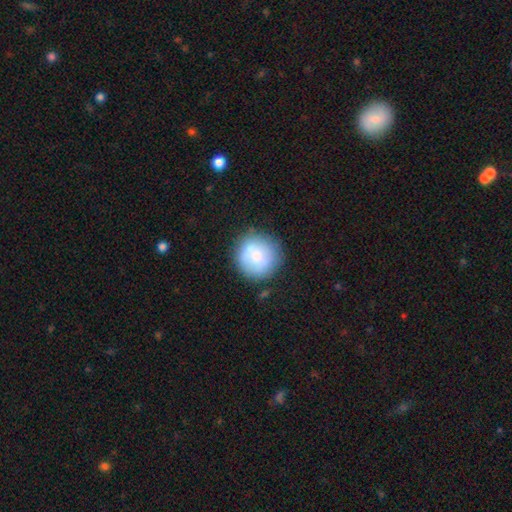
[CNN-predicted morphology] This appears to be a smooth galaxy with no disk features (72%) that is round (94%). Merging: none (76%).